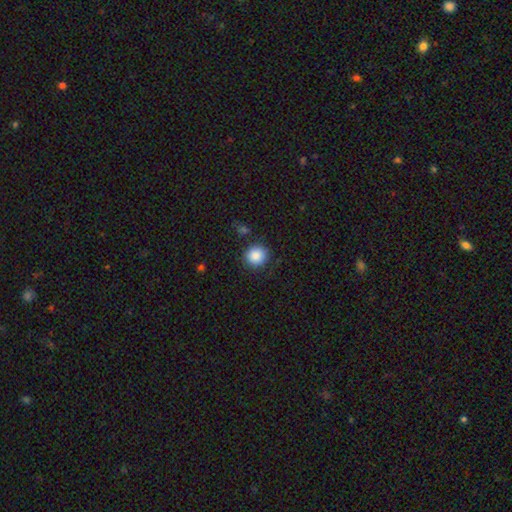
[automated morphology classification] type=smooth (87%); roundness=round (90%); merging=none (86%).